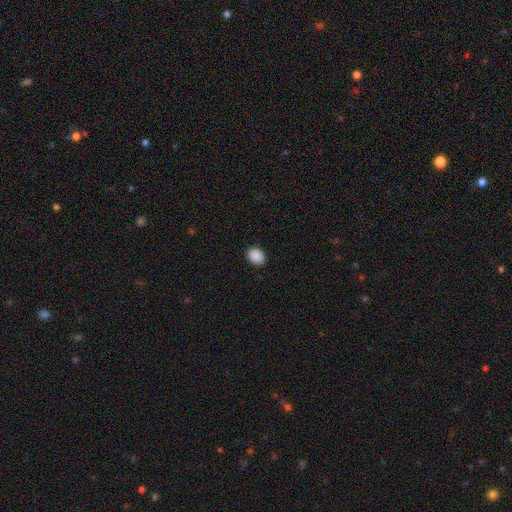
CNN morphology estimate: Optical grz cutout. It shows a smooth galaxy with no disk features (90%) that is in between round and cigar-shaped (68%). Merging: none (89%).